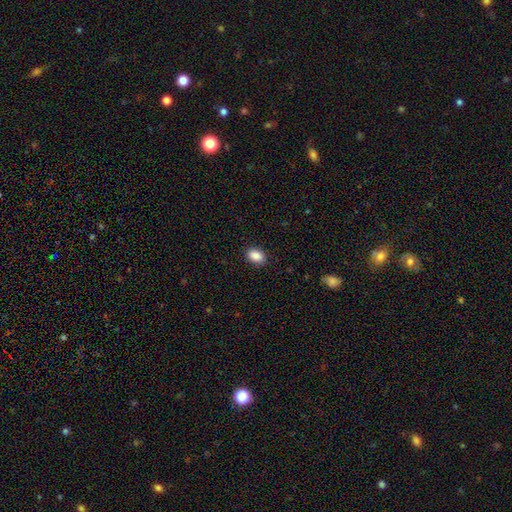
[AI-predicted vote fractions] A smooth galaxy with no disk features (89%) that is in between round and cigar-shaped (81%).

Vote fractions:
- Smooth or featured? smooth: 89% / star or artifact: 8% / featured or disk: 3%
- How rounded? in between: 81% / round: 17% / cigar-shaped: 1%
- Merging? none: 89% / minor disturbance: 8% / major disturbance: 2% / merger: 1%